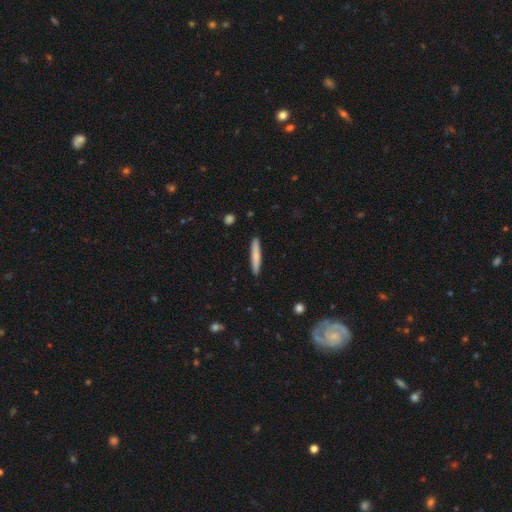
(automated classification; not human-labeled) Smooth or featured: smooth — 76% (featured or disk — 18%)
How rounded: cigar-shaped — 94% (in between — 5%)
Merging: none — 91% (minor disturbance — 6%)